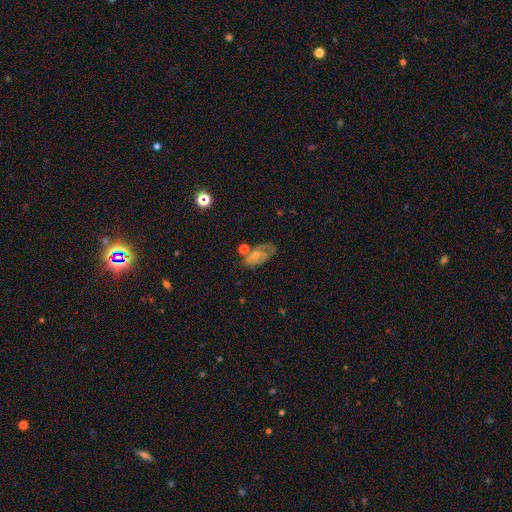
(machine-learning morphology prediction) smooth-or-featured: featured or disk: 52% | smooth: 38% | star or artifact: 11%
  disk-edge-on: no: 93% | yes: 7%
  merging: none: 46% | minor disturbance: 25% | major disturbance: 17% | merger: 12%